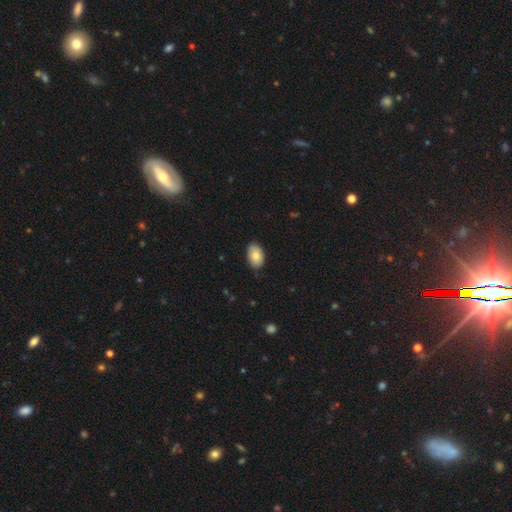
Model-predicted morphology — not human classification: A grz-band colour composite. It shows a smooth galaxy with no disk features (84%) that is in between round and cigar-shaped (91%). Merging: none (85%).